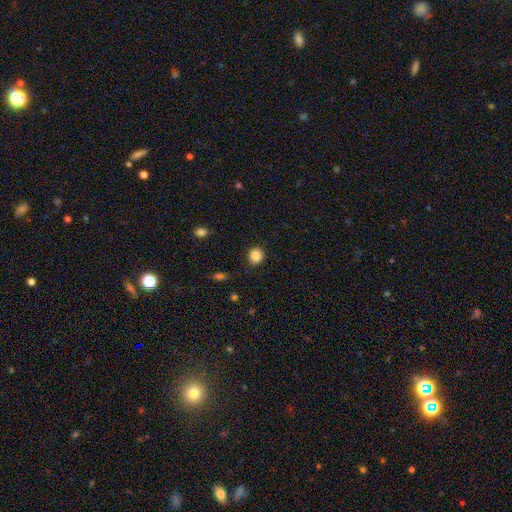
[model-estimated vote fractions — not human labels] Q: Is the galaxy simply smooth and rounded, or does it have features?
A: smooth — 86%.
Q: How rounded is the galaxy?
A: round — 87%.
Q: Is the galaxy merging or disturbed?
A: none — 89%.